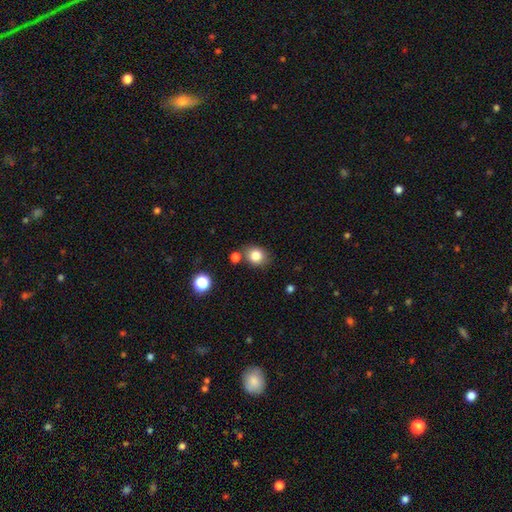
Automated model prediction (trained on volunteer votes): Smooth or featured? smooth (83%)
How rounded? round (68%)
Merging? none (75%)